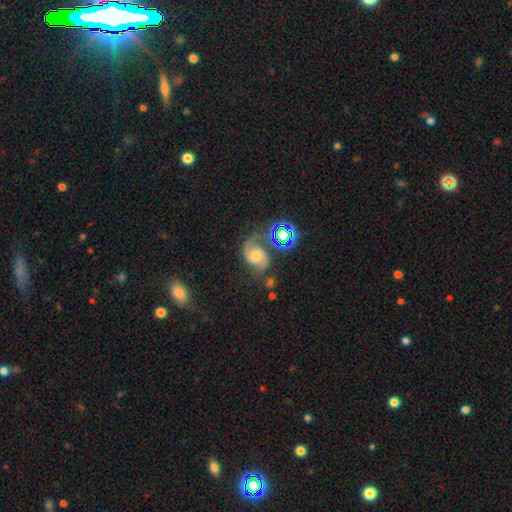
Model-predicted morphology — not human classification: Smooth or featured? featured or disk (74%)
Edge-on disk? no (97%)
Bar? no (65%)
Spiral arms? yes (95%)
Spiral winding? medium (48%)
Spiral arm count? 2 (71%)
Bulge size? moderate (47%)
Merging? none (47%)